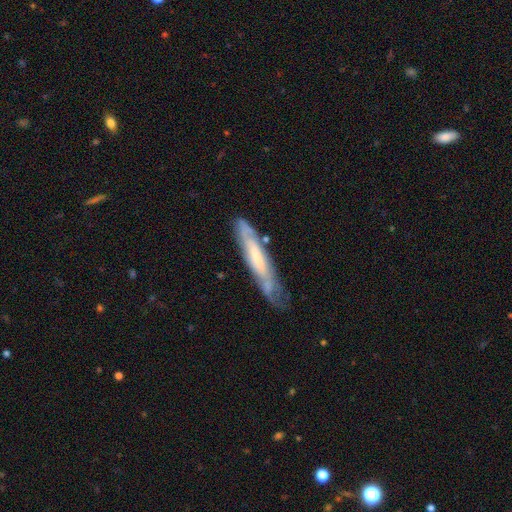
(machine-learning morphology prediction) This is possibly a featured or disk galaxy (56%). It is possibly viewed edge-on (58%). Merging: likely none (63%).